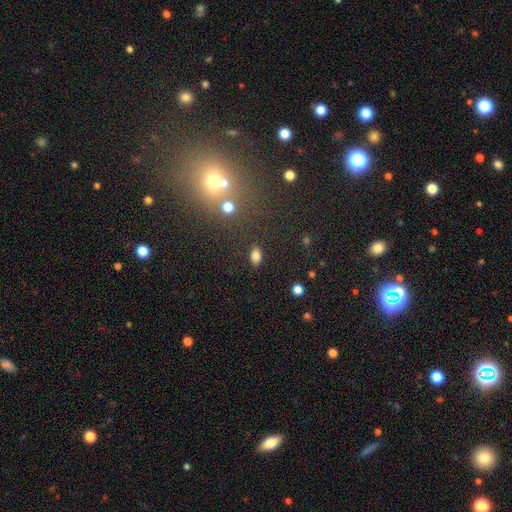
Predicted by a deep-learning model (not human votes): Overall: smooth (81%). How rounded: in between (88%). Merging: none (87%).